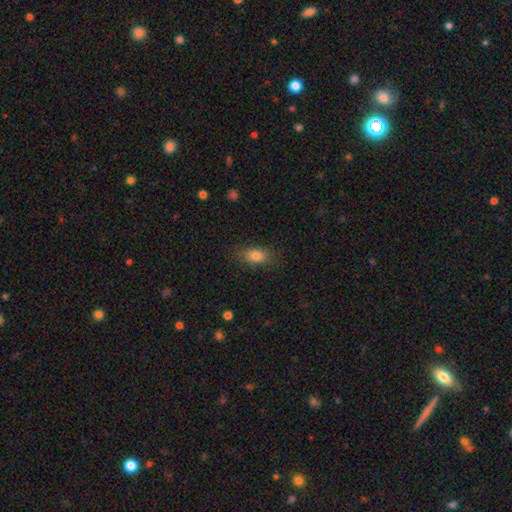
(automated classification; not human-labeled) Smooth or featured: smooth — 82% (star or artifact — 9%)
How rounded: in between — 84% (round — 10%)
Merging: none — 83% (minor disturbance — 12%)